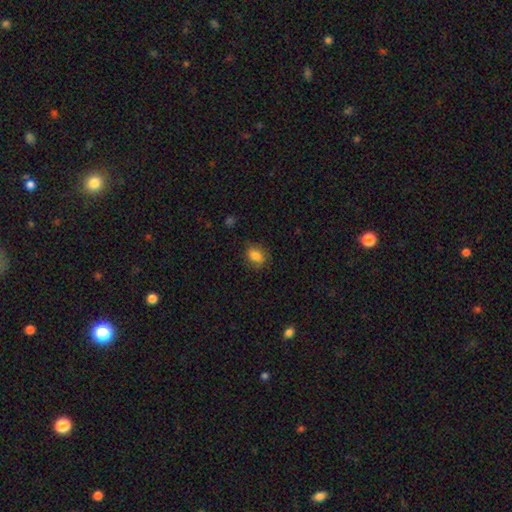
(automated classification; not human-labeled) smooth_or_featured: smooth (p=0.82) [alt: star or artifact p=0.10]
how_rounded: in between (p=0.69) [alt: round p=0.29]
merging: none (p=0.78) [alt: minor disturbance p=0.17]